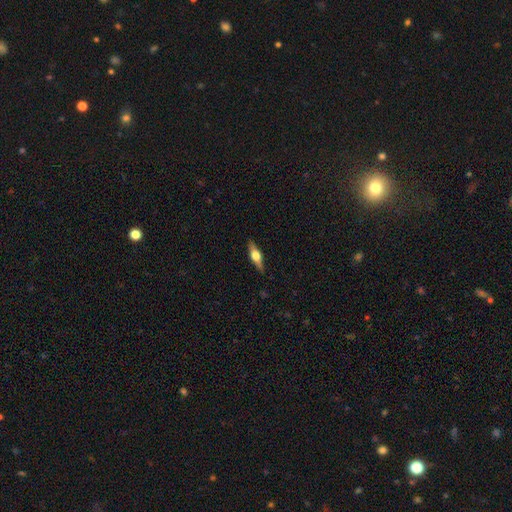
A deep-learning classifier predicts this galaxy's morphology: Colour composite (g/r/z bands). It shows a featured or disk galaxy (56%) viewed edge-on (94%) with a rounded central bulge (93%). Merging: none (87%).